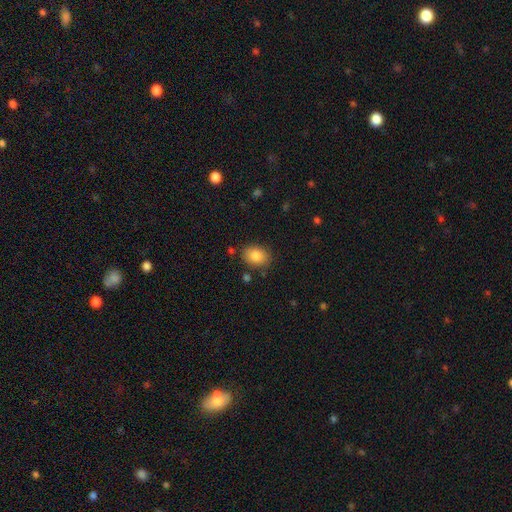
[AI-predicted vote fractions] Smooth or featured?
  - smooth: 86% *
  - star or artifact: 8%
  - featured or disk: 6%
How rounded?
  - in between: 66% *
  - round: 33%
  - cigar-shaped: 1%
Merging?
  - none: 82% *
  - minor disturbance: 12%
  - major disturbance: 3%
  - merger: 3%